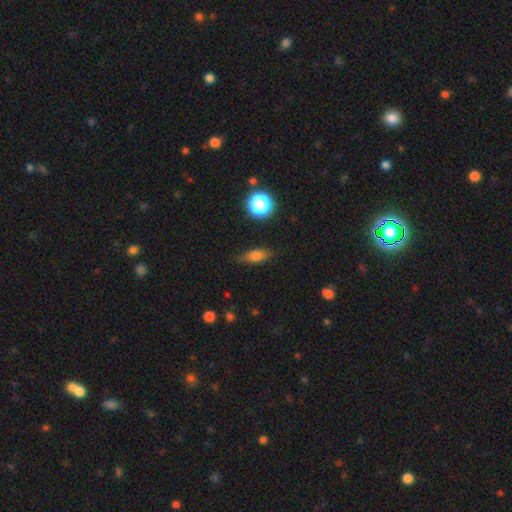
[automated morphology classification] Smooth or featured?
  - smooth: 71% *
  - featured or disk: 18%
  - star or artifact: 11%
How rounded?
  - in between: 64% *
  - cigar-shaped: 28%
  - round: 9%
Merging?
  - none: 81% *
  - minor disturbance: 14%
  - major disturbance: 4%
  - merger: 1%